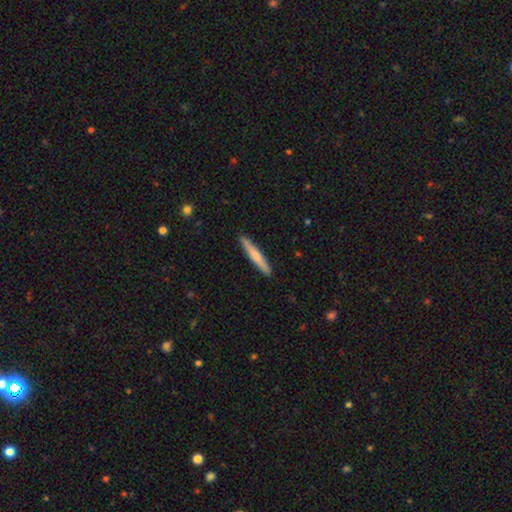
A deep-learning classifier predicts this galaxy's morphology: Q: Smooth or featured?
A: smooth (65%); runner-up: featured or disk (30%)
Q: How rounded?
A: cigar-shaped (95%); runner-up: in between (4%)
Q: Merging?
A: none (91%); runner-up: minor disturbance (7%)